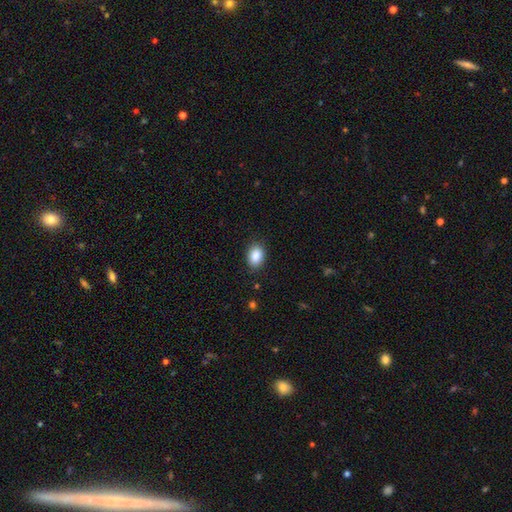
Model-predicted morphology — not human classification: smooth 88%, star or artifact 8%, featured or disk 4%. Down the decision tree: how rounded — in between (79%); merging — none (87%).